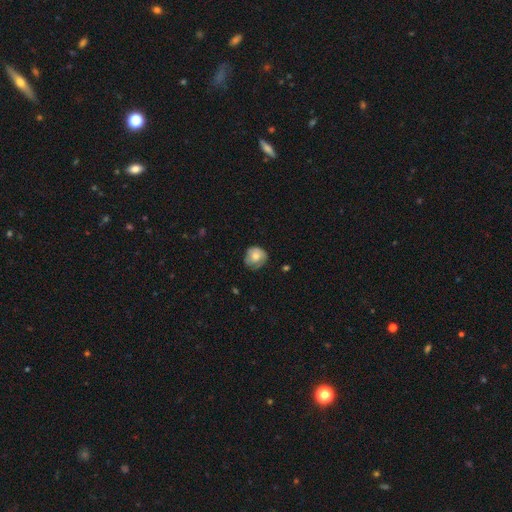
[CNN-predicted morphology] smooth_or_featured: smooth (p=0.65) [alt: featured or disk p=0.27]
how_rounded: round (p=0.81) [alt: in between p=0.18]
merging: none (p=0.61) [alt: minor disturbance p=0.28]